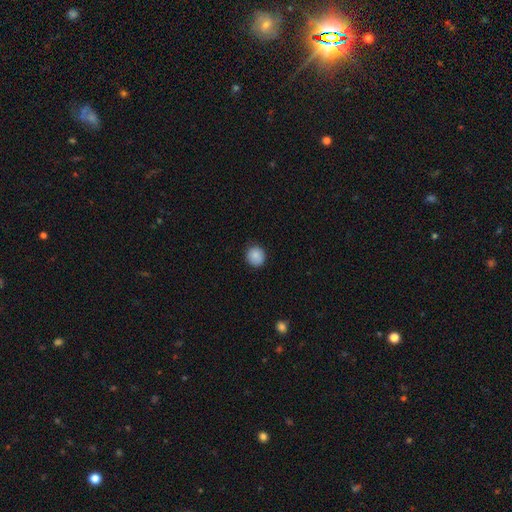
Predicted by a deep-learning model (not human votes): smooth_or_featured: smooth (p=0.86) [alt: star or artifact p=0.08]
how_rounded: round (p=0.89) [alt: in between p=0.10]
merging: none (p=0.85) [alt: minor disturbance p=0.12]